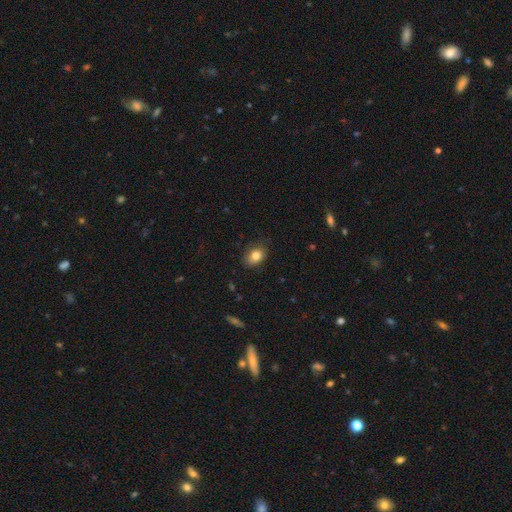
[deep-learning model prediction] Smooth or featured? smooth (81%)
How rounded? in between (68%)
Merging? none (75%)